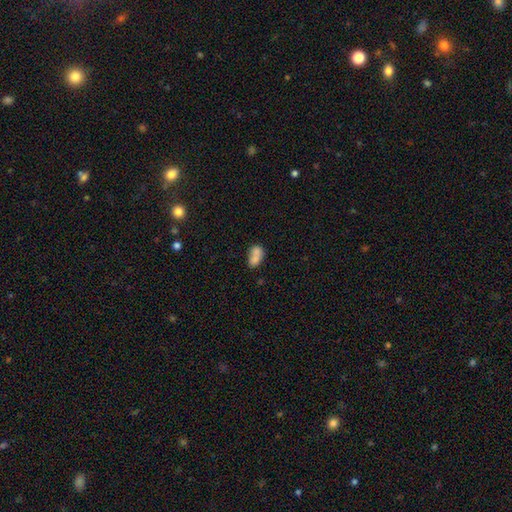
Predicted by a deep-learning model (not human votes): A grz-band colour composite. It shows a smooth galaxy with no disk features (74%) that is in between round and cigar-shaped (75%). Merging: merger (63%).